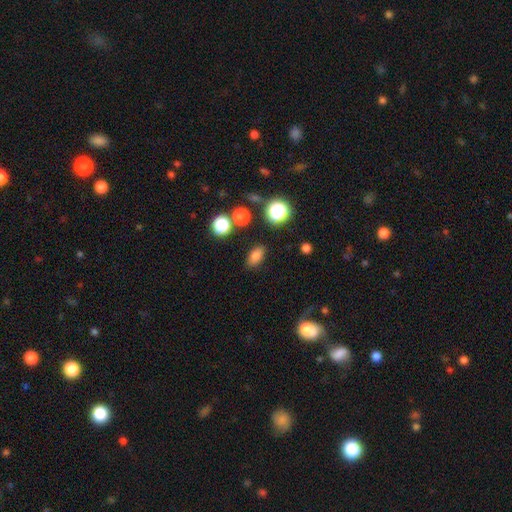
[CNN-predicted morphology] Smooth or featured? smooth (77%)
How rounded? in between (81%)
Merging? none (85%)